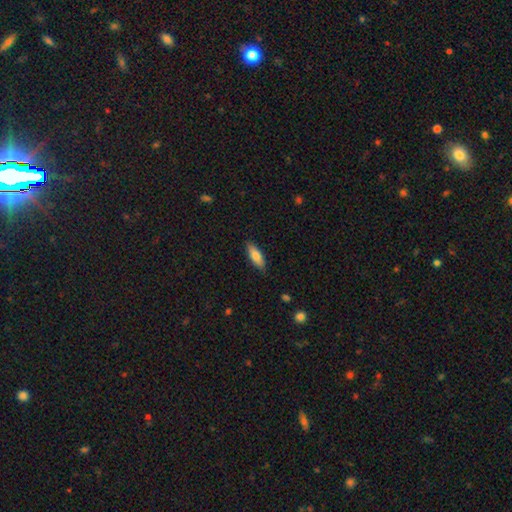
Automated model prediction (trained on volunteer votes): smooth-or-featured: smooth: 80% | featured or disk: 14% | star or artifact: 6%
  how-rounded: in between: 63% | cigar-shaped: 35% | round: 2%
  merging: none: 86% | minor disturbance: 11% | major disturbance: 2% | merger: 1%